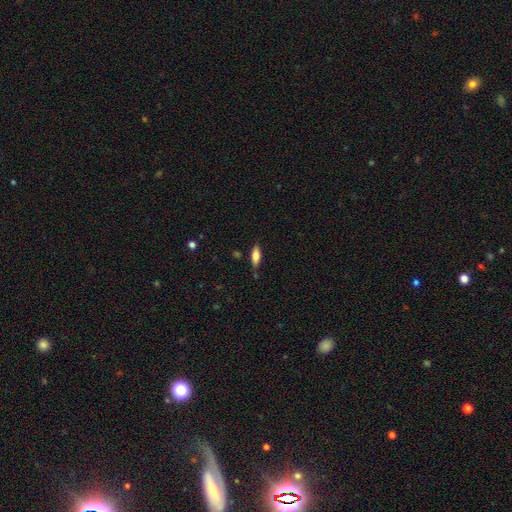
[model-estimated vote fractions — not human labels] The model was most divided on "how rounded": in between: 64%, cigar-shaped: 33%, round: 2%. More confident: merging — none (79%); smooth or featured — smooth (69%).